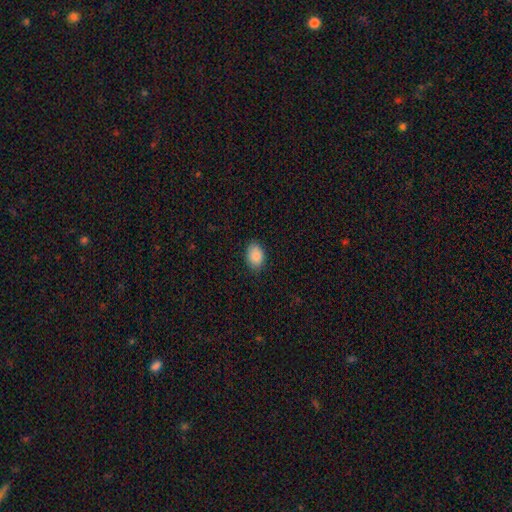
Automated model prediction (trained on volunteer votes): A smooth galaxy with no disk features (88%) that is in between round and cigar-shaped (77%).

Vote fractions:
- Smooth or featured? smooth: 88% / star or artifact: 7% / featured or disk: 4%
- How rounded? in between: 77% / round: 22% / cigar-shaped: 1%
- Merging? none: 85% / minor disturbance: 11% / major disturbance: 2% / merger: 1%